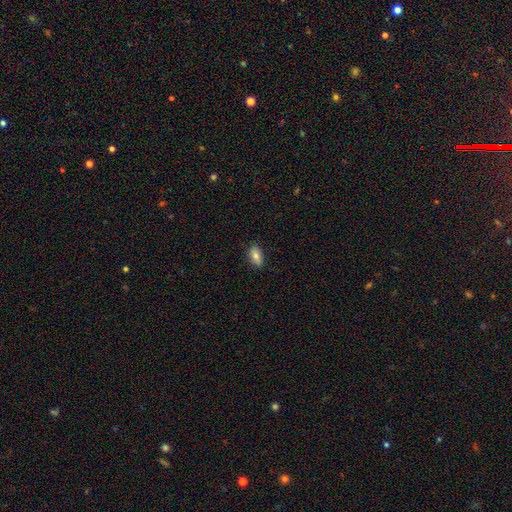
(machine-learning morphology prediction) smooth-or-featured: smooth: 78% | featured or disk: 14% | star or artifact: 8%
  how-rounded: in between: 90% | round: 7% | cigar-shaped: 4%
  merging: none: 86% | minor disturbance: 12% | major disturbance: 2% | merger: 1%